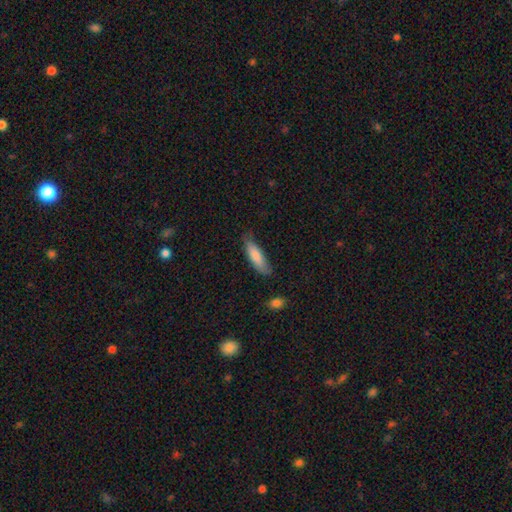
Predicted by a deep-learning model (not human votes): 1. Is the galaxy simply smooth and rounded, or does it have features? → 80% smooth, 14% featured or disk, 6% star or artifact.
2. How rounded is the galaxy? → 59% cigar-shaped, 40% in between, 1% round.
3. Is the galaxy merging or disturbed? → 73% none, 22% minor disturbance, 4% major disturbance, 2% merger.